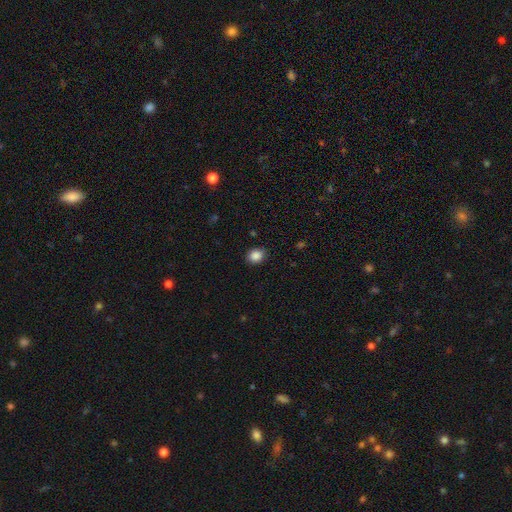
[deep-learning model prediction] Smooth or featured? smooth (87%)
How rounded? round (64%)
Merging? none (87%)